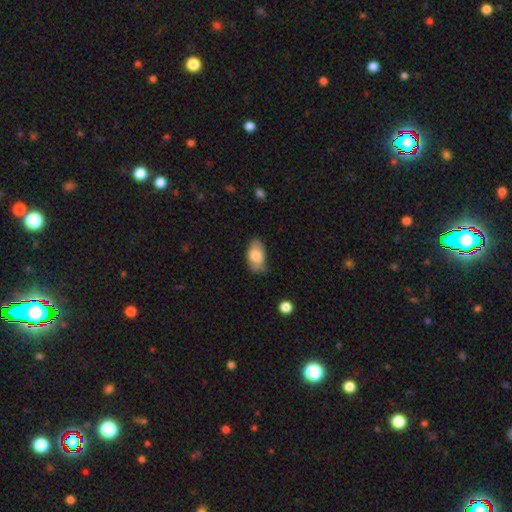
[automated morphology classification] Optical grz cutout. It shows a smooth galaxy with no disk features (75%) that is in between round and cigar-shaped (93%). Merging: none (63%).